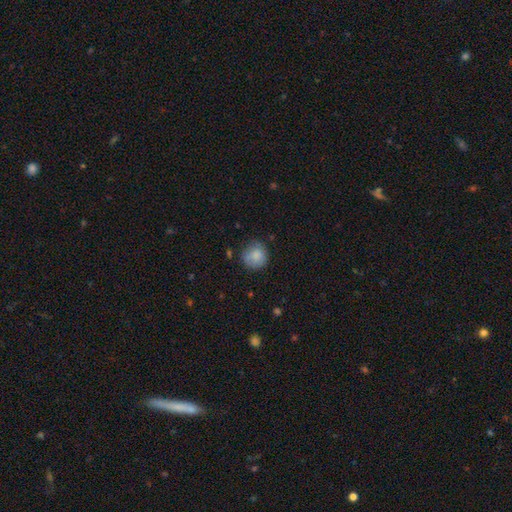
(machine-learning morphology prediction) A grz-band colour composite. It shows a smooth galaxy with no disk features (81%) that is round (88%). Merging: none (70%).